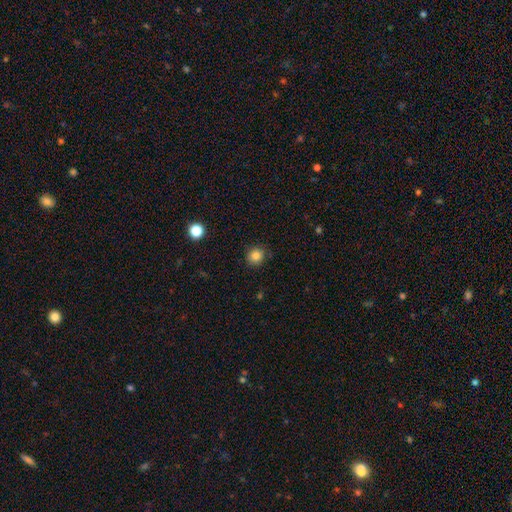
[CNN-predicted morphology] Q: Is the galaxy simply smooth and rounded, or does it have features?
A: smooth — 84%.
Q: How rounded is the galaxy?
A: round — 88%.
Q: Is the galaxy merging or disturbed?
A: none — 86%.